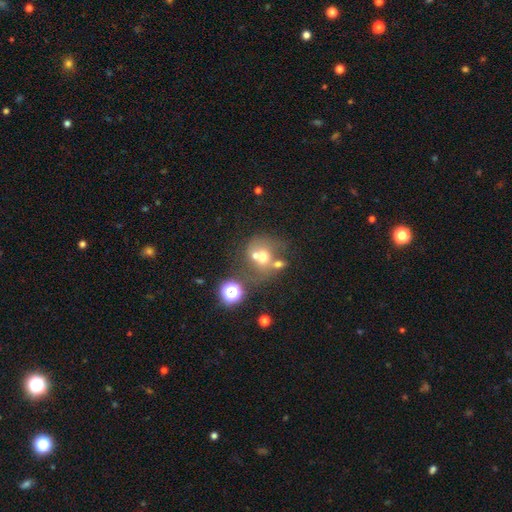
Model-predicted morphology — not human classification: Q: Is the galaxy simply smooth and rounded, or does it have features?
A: smooth — 53%.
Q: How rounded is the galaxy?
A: round — 74%.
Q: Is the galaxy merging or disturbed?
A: merger — 56%.